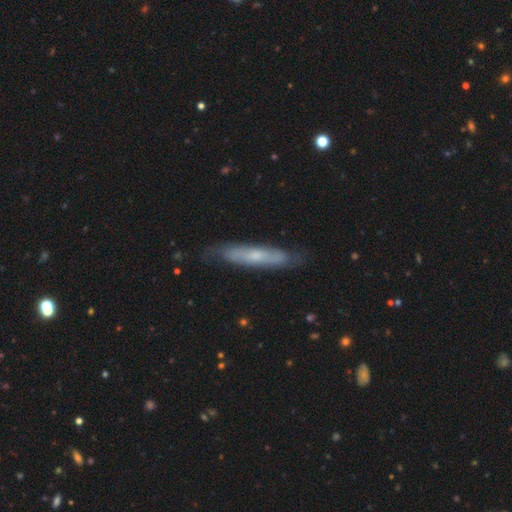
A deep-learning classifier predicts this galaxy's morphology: This is possibly a featured or disk galaxy (53%). It is likely viewed edge-on (64%). Merging: likely none (78%).